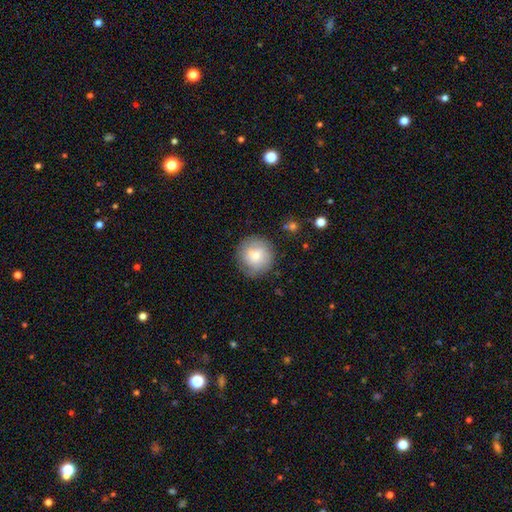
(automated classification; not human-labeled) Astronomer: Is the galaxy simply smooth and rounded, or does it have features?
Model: smooth — 74%.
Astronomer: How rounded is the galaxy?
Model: round — 94%.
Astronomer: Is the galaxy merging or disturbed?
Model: none — 82%.